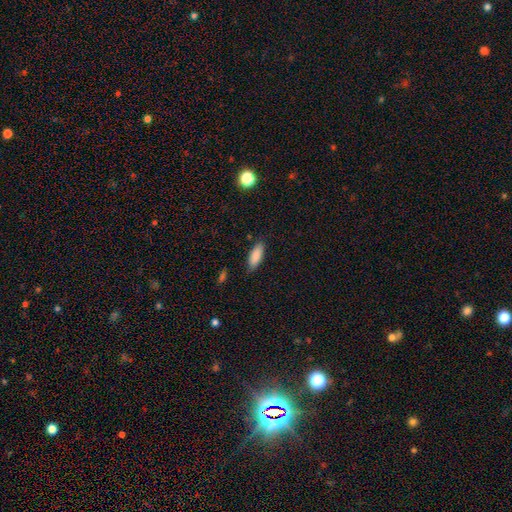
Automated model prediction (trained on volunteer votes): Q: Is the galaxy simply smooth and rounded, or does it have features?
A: smooth — 87%.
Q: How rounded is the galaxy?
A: in between — 73%.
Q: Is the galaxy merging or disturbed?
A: none — 82%.